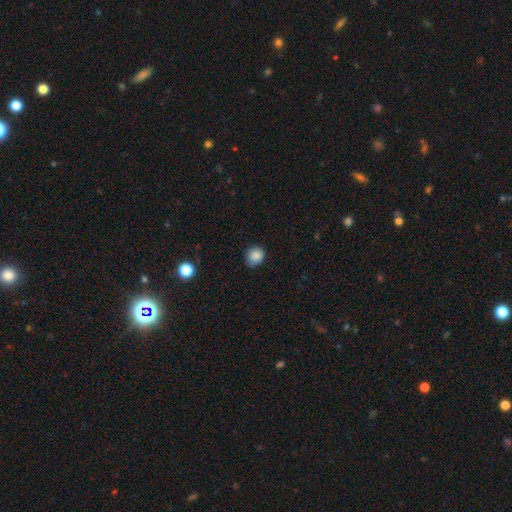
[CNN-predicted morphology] Smooth or featured: smooth — 86% (star or artifact — 10%)
How rounded: round — 79% (in between — 20%)
Merging: none — 74% (minor disturbance — 22%)